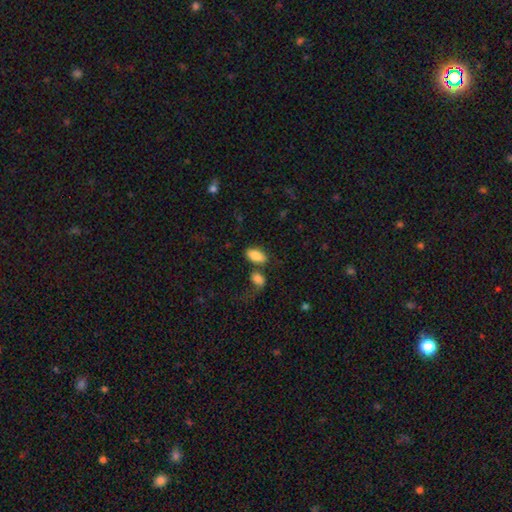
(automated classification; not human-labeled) This appears to be a smooth galaxy with no disk features (83%) that is in between round and cigar-shaped (92%). Merging: none (65%).